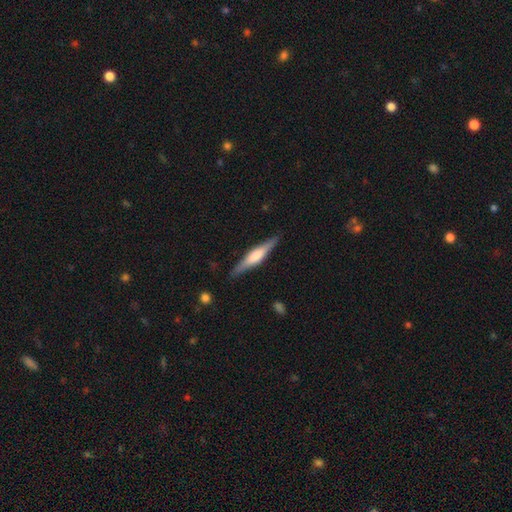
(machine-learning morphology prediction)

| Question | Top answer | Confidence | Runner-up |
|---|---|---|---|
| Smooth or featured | featured or disk | 60% | smooth (35%) |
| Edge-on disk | yes | 96% | no (4%) |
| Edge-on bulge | rounded | 62% | boxy (28%) |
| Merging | none | 88% | minor disturbance (9%) |